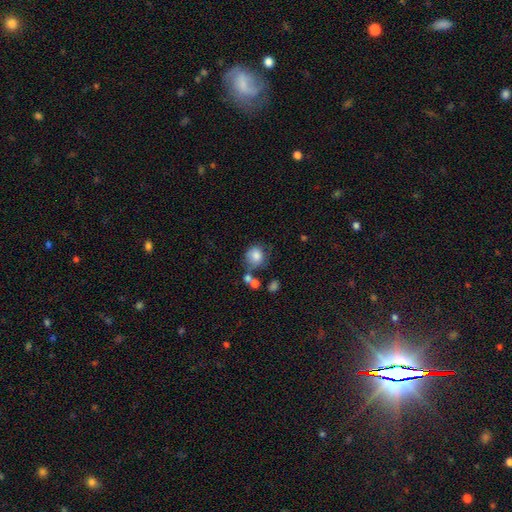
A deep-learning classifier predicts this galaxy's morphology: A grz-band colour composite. It shows a smooth galaxy with no disk features (82%) that is round (76%). Merging: none (55%).